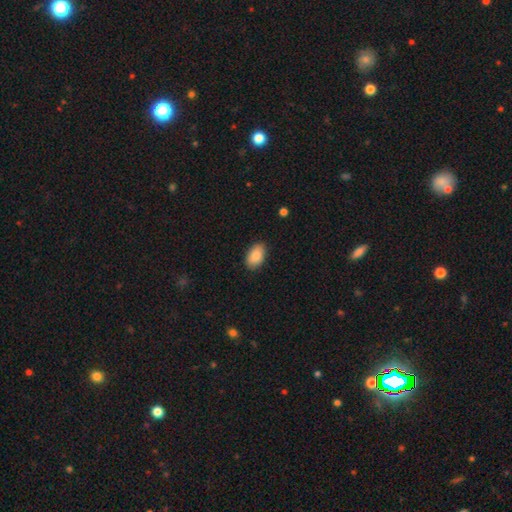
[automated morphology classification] A smooth galaxy with no disk features (88%) that is in between round and cigar-shaped (91%).

Vote fractions:
- Smooth or featured? smooth: 88% / star or artifact: 7% / featured or disk: 6%
- How rounded? in between: 91% / round: 7% / cigar-shaped: 1%
- Merging? none: 87% / minor disturbance: 10% / major disturbance: 2% / merger: 1%